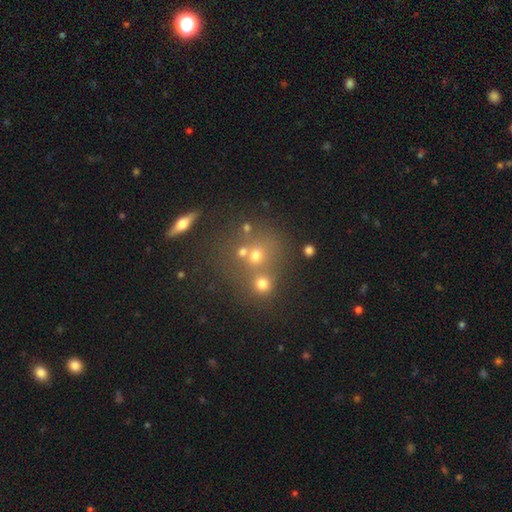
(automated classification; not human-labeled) A smooth galaxy with no disk features (55%) that is round (83%).

Vote fractions:
- Smooth or featured? smooth: 55% / featured or disk: 23% / star or artifact: 22%
- How rounded? round: 83% / in between: 16% / cigar-shaped: 2%
- Merging? none: 48% / merger: 40% / minor disturbance: 8% / major disturbance: 4%